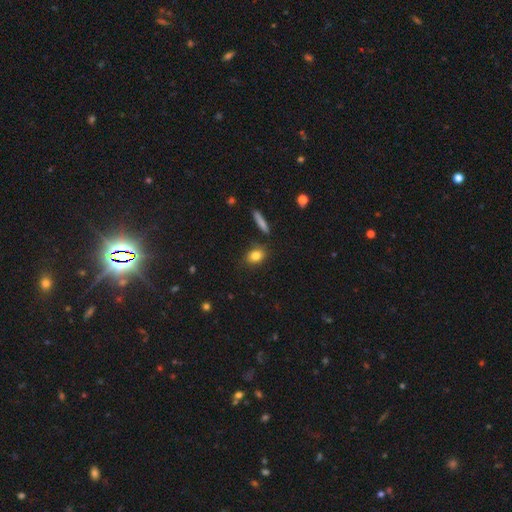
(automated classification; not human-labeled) Morphology: type=smooth (82%); roundness=in between (66%); merging=none (81%).